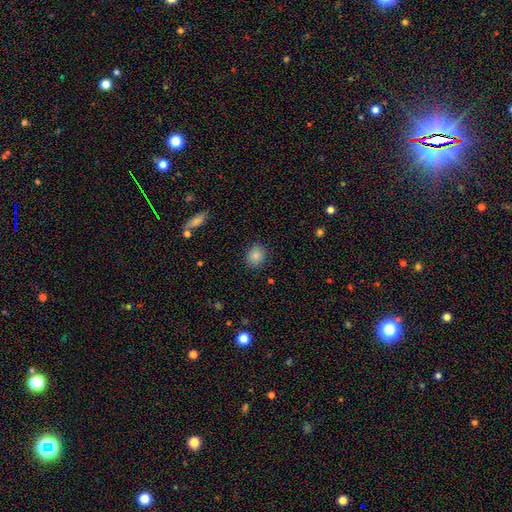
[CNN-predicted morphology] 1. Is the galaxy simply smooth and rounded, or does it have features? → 86% smooth, 10% star or artifact, 5% featured or disk.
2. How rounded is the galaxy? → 66% round, 33% in between, 1% cigar-shaped.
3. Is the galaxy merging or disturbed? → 89% none, 8% minor disturbance, 2% major disturbance, 1% merger.